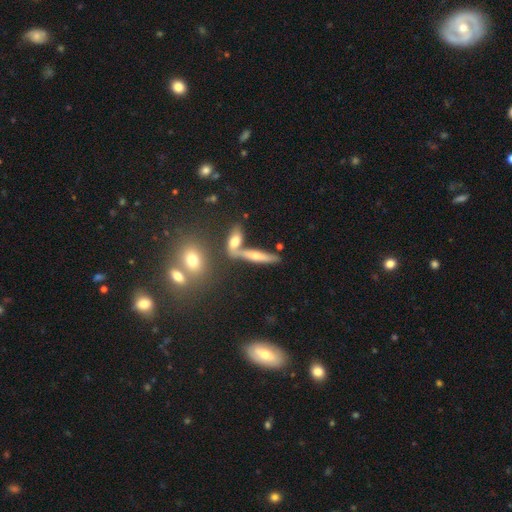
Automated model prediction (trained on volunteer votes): Smooth or featured? smooth (47%)
Merging? none (57%)